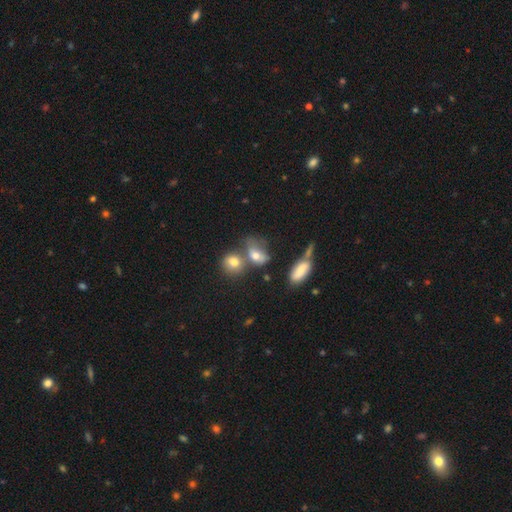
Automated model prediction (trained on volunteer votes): This appears to be a smooth galaxy with no disk features (68%) that is in between round and cigar-shaped (67%). Merging: merger (42%).